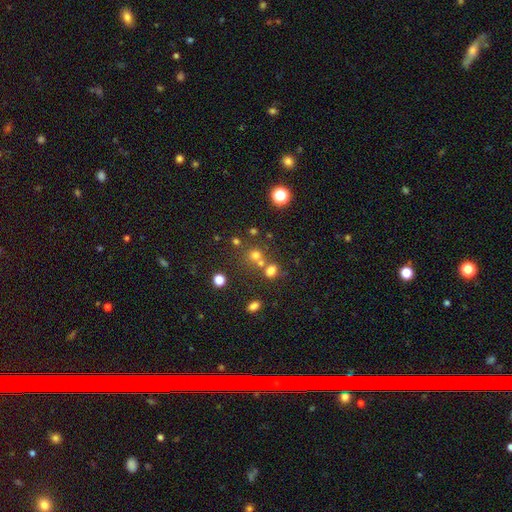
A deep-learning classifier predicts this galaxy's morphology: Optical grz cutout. It shows a smooth galaxy with no disk features (66%) that is round (83%). Merging: none (56%).